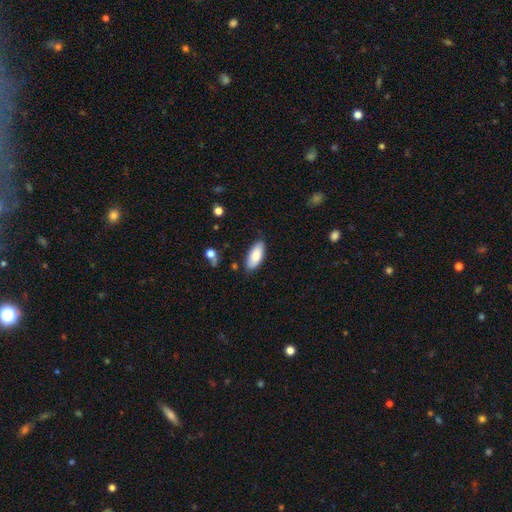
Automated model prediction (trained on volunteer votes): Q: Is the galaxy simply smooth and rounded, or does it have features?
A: smooth — 84%.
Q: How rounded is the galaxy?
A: in between — 88%.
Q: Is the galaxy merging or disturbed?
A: none — 82%.